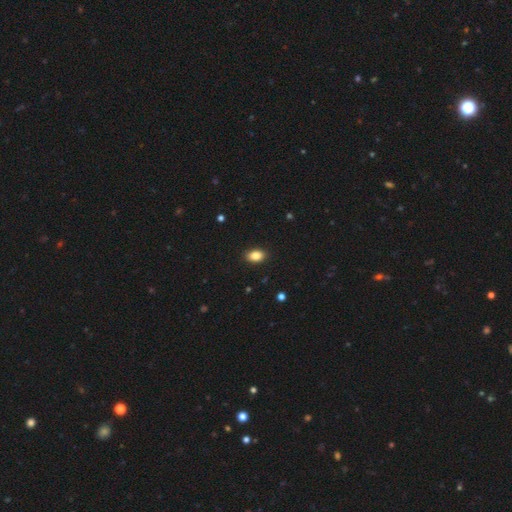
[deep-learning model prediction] Smooth or featured?
  - smooth: 86% *
  - star or artifact: 9%
  - featured or disk: 5%
How rounded?
  - in between: 85% *
  - round: 14%
  - cigar-shaped: 1%
Merging?
  - none: 90% *
  - minor disturbance: 8%
  - major disturbance: 2%
  - merger: 1%